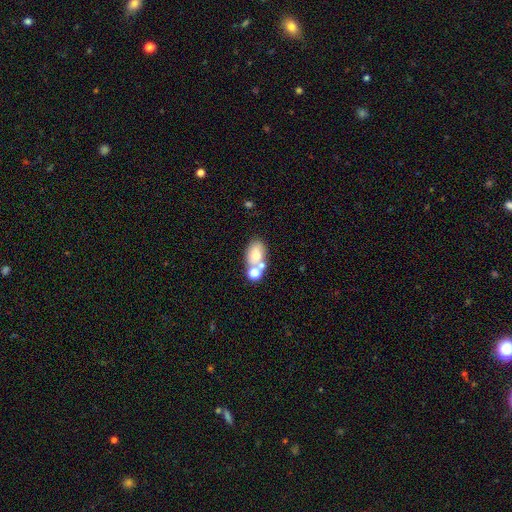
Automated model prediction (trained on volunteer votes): Smooth or featured? Predicted: smooth (p=0.64). How rounded? Predicted: in between (p=0.78). Merging? Predicted: none (p=0.46).